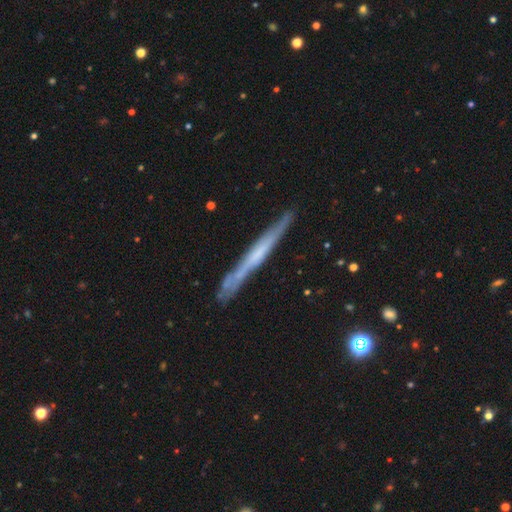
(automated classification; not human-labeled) Smooth or featured? featured or disk (64%)
Edge-on disk? yes (94%)
Edge-on bulge? none (74%)
Merging? none (84%)